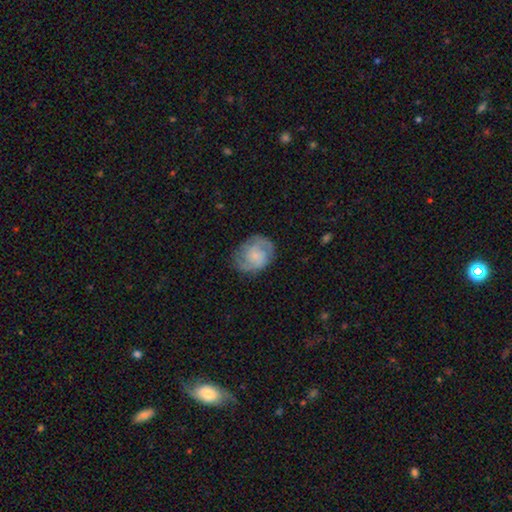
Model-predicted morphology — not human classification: The model was most divided on "smooth or featured": featured or disk: 54%, smooth: 38%, star or artifact: 8%. More confident: edge-on disk — no (98%); spiral arms — yes (83%); bar — no (72%); merging — none (70%); bulge size — small (52%).